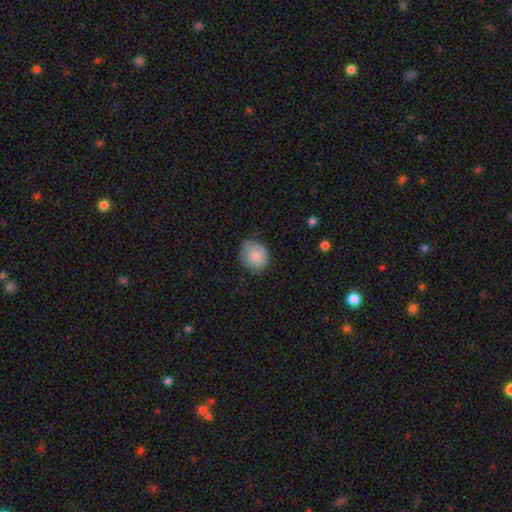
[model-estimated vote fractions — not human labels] smooth_or_featured: smooth (p=0.83) [alt: featured or disk p=0.10]
how_rounded: round (p=0.71) [alt: in between p=0.28]
merging: none (p=0.61) [alt: minor disturbance p=0.30]